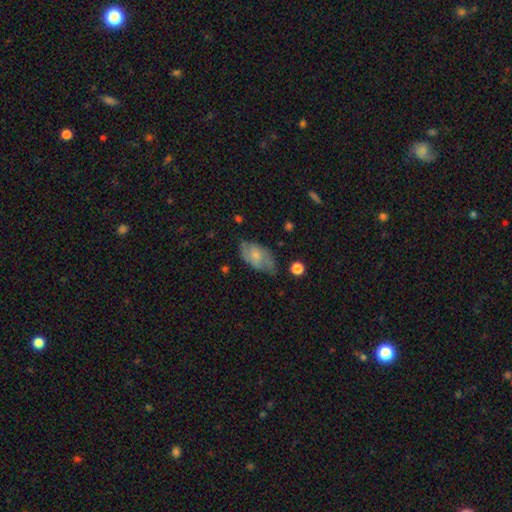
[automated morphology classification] type=smooth (62%); roundness=in between (92%); merging=none (53%).